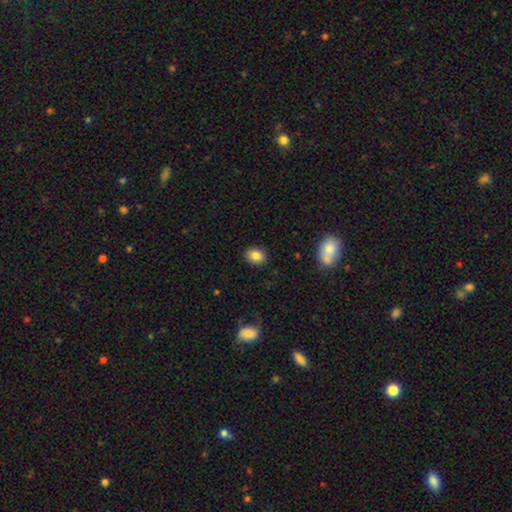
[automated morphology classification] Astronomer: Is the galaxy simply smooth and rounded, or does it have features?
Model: smooth — 84%.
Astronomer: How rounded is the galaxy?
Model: in between — 55% (runner-up: round, 44%).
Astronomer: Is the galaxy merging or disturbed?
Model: none — 88%.